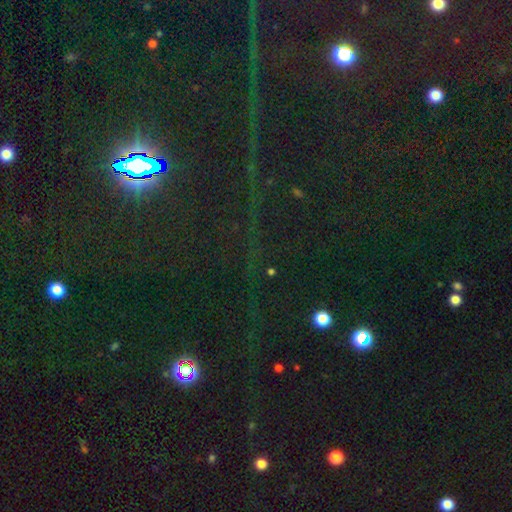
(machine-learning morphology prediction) Smooth or featured?
  - star or artifact: 84% *
  - smooth: 9%
  - featured or disk: 7%